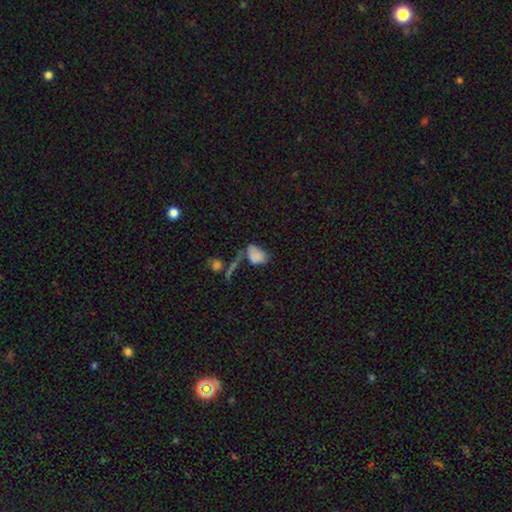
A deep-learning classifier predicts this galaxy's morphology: smooth-or-featured: smooth: 72% | featured or disk: 15% | star or artifact: 13%
  how-rounded: in between: 84% | round: 13% | cigar-shaped: 3%
  merging: none: 30% | merger: 28% | major disturbance: 23% | minor disturbance: 19%